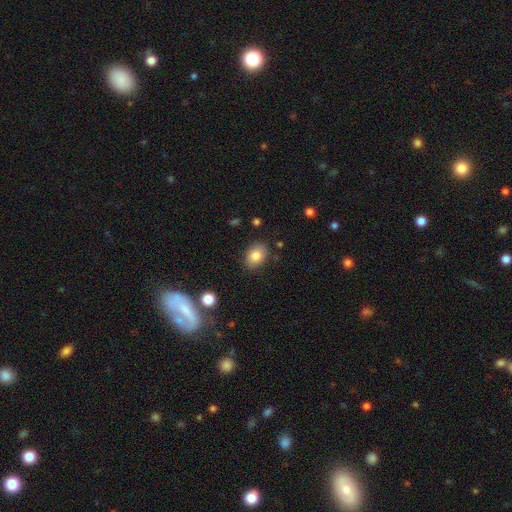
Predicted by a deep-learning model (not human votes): Overall: smooth (83%). How rounded: in between (73%). Merging: none (84%).